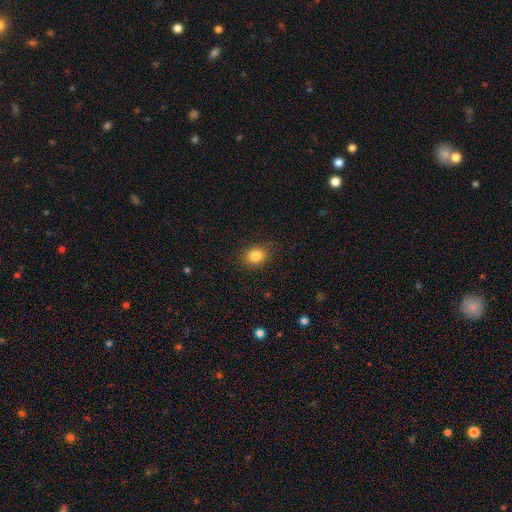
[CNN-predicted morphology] This is clearly a smooth galaxy (84%). How rounded: possibly in between (56%). Merging: clearly none (86%).